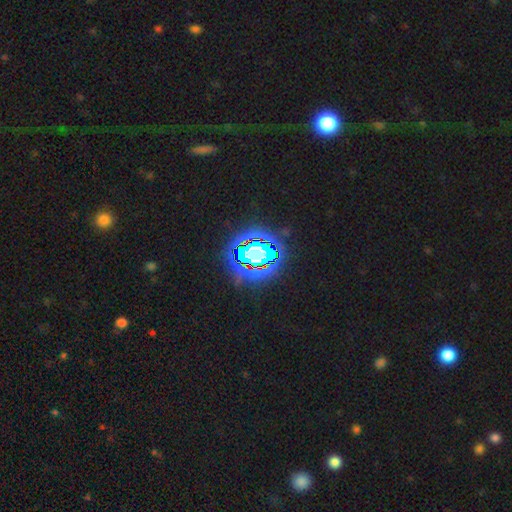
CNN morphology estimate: Smooth or featured? Predicted: star or artifact (p=0.79).